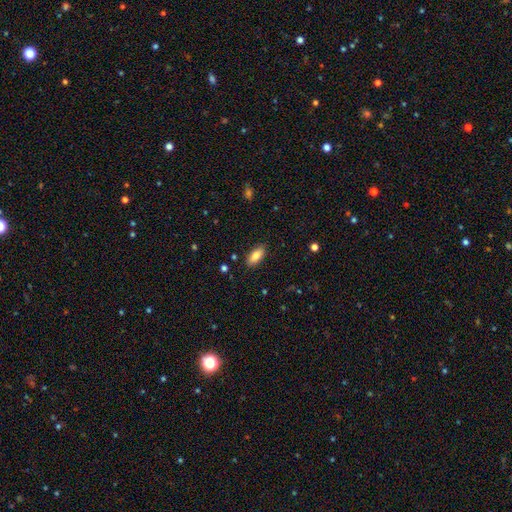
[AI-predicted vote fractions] smooth 84%, featured or disk 9%, star or artifact 7%. Down the decision tree: how rounded — in between (86%); merging — none (87%).